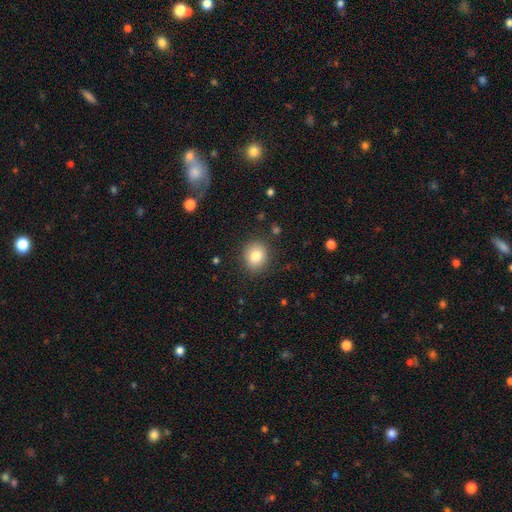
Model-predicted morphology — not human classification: smooth 81%, star or artifact 10%, featured or disk 9%. Down the decision tree: how rounded — round (70%); merging — none (86%).